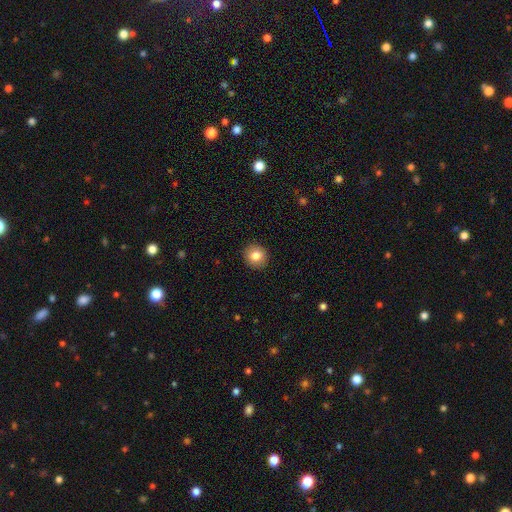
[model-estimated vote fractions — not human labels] smooth-or-featured: smooth: 83% | star or artifact: 9% | featured or disk: 8%
  how-rounded: round: 87% | in between: 12% | cigar-shaped: 1%
  merging: none: 92% | minor disturbance: 6% | major disturbance: 2% | merger: 1%